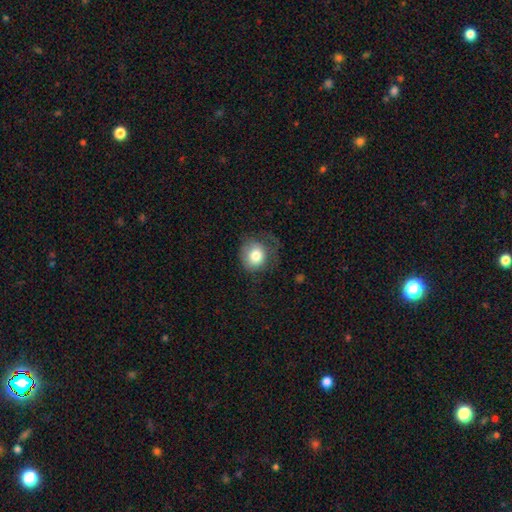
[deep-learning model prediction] Smooth or featured?
  - smooth: 77% *
  - featured or disk: 13%
  - star or artifact: 9%
How rounded?
  - round: 77% *
  - in between: 22%
  - cigar-shaped: 1%
Merging?
  - none: 51% *
  - minor disturbance: 25%
  - major disturbance: 22%
  - merger: 1%